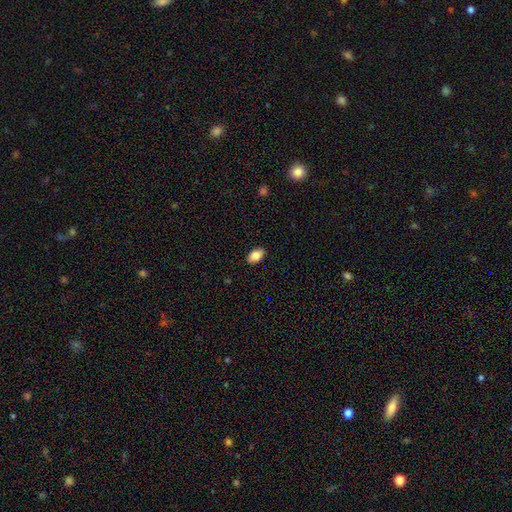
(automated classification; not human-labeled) This is clearly a smooth galaxy (84%). How rounded: clearly in between (90%). Merging: clearly none (88%).